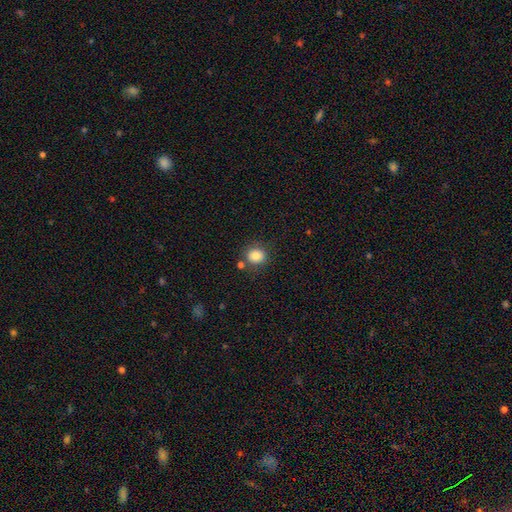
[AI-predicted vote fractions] Smooth or featured?
  - smooth: 82% *
  - star or artifact: 11%
  - featured or disk: 8%
How rounded?
  - round: 80% *
  - in between: 19%
  - cigar-shaped: 1%
Merging?
  - none: 75% *
  - minor disturbance: 12%
  - merger: 10%
  - major disturbance: 4%